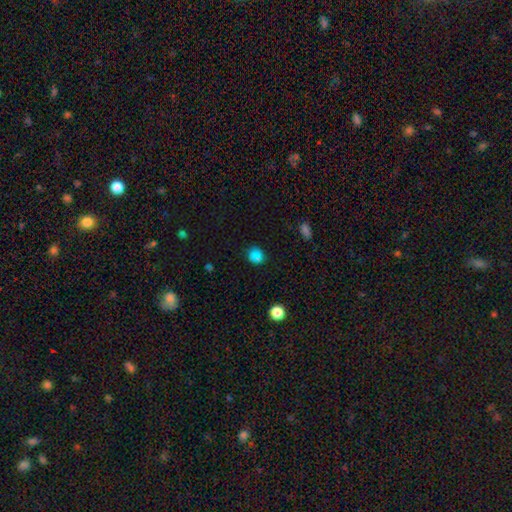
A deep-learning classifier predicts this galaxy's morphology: This is likely a smooth galaxy (69%). How rounded: clearly round (81%). Merging: likely none (80%).